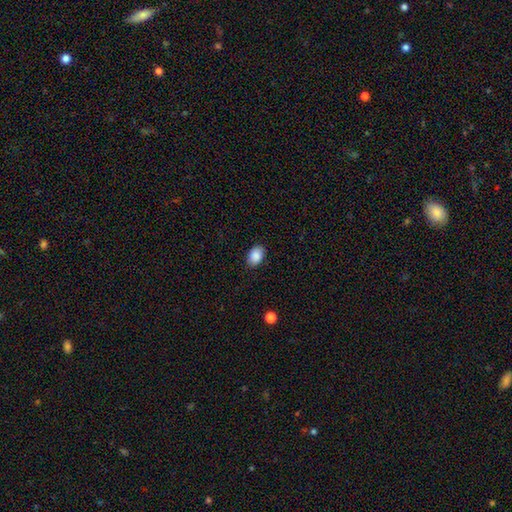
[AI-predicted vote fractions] Smooth or featured? Predicted: smooth (p=0.89). How rounded? Predicted: in between (p=0.85). Merging? Predicted: none (p=0.88).